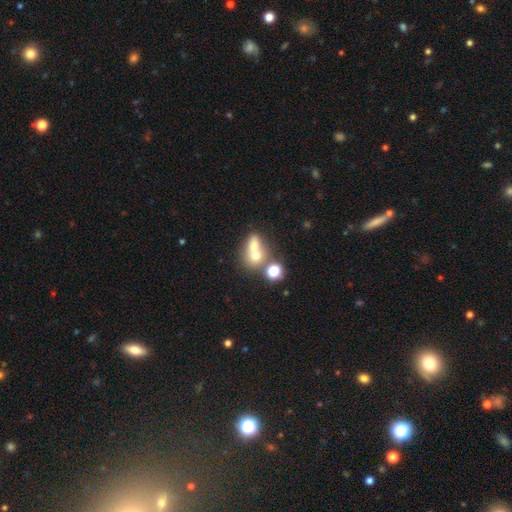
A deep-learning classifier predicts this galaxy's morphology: The model was most divided on "how rounded": round: 53%, in between: 44%, cigar-shaped: 3%. More confident: smooth or featured — smooth (66%); merging — merger (58%).